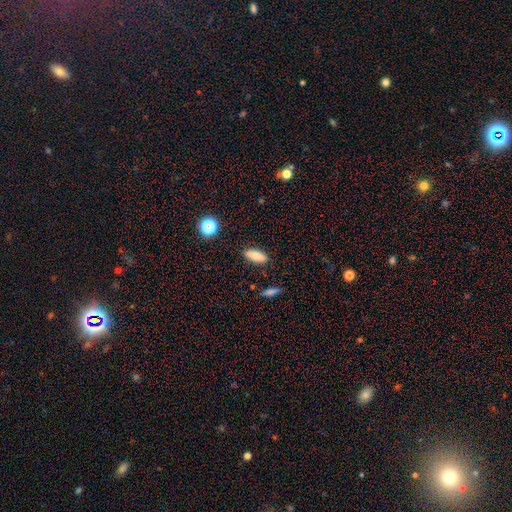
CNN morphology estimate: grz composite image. It shows a smooth galaxy with no disk features (79%) that is in between round and cigar-shaped (76%). Merging: none (86%).